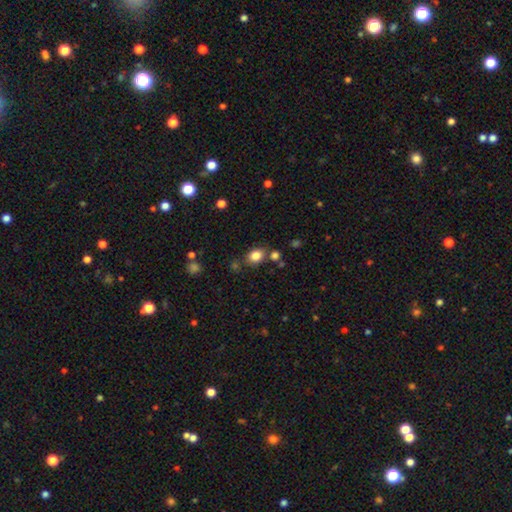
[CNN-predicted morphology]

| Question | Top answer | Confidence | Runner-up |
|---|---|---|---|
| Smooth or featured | smooth | 83% | star or artifact (11%) |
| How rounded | in between | 53% | round (46%) |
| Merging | none | 75% | minor disturbance (13%) |